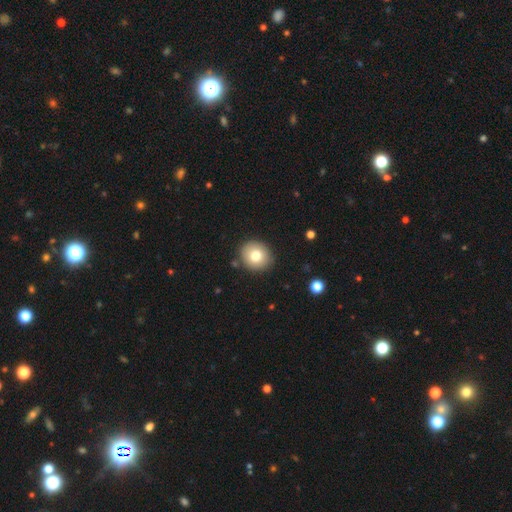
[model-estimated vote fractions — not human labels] Overall: smooth (77%). How rounded: round (80%). Merging: none (87%).